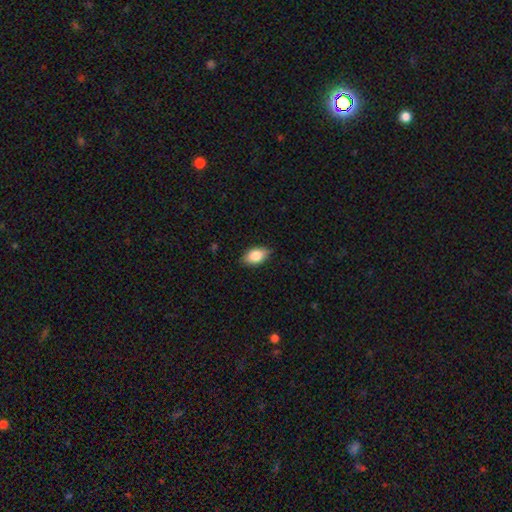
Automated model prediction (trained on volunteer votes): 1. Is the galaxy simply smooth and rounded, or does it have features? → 83% smooth, 10% featured or disk, 7% star or artifact.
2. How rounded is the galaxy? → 90% in between, 7% round, 3% cigar-shaped.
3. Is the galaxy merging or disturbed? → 83% none, 14% minor disturbance, 2% major disturbance, 1% merger.